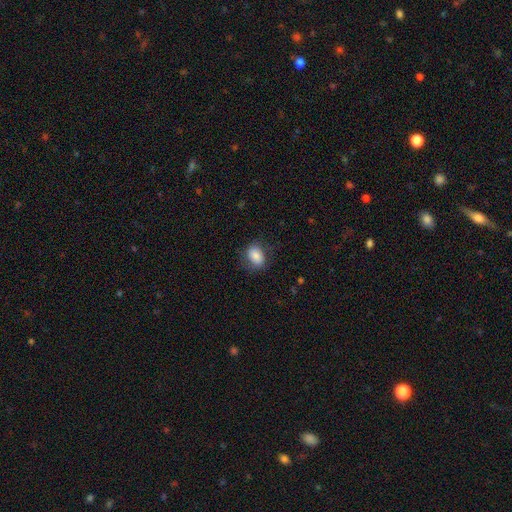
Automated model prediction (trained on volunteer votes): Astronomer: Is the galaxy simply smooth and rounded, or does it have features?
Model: smooth — 81%.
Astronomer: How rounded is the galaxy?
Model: in between — 77%.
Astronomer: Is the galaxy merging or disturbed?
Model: none — 73%.